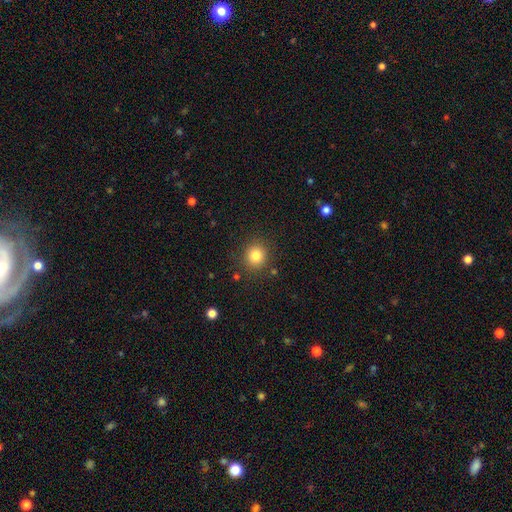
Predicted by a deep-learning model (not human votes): Q: Smooth or featured?
A: smooth (81%); runner-up: star or artifact (12%)
Q: How rounded?
A: round (87%); runner-up: in between (12%)
Q: Merging?
A: none (87%); runner-up: minor disturbance (8%)